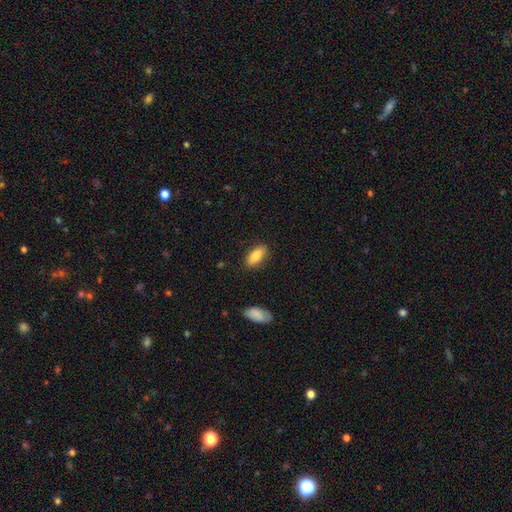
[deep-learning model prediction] Smooth or featured? smooth (83%)
How rounded? in between (84%)
Merging? none (85%)